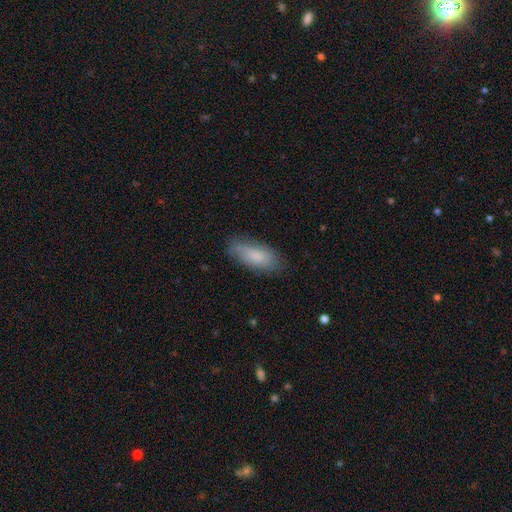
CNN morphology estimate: smooth_or_featured: smooth (p=0.78) [alt: featured or disk p=0.15]
how_rounded: in between (p=0.82) [alt: cigar-shaped p=0.15]
merging: none (p=0.75) [alt: minor disturbance p=0.20]